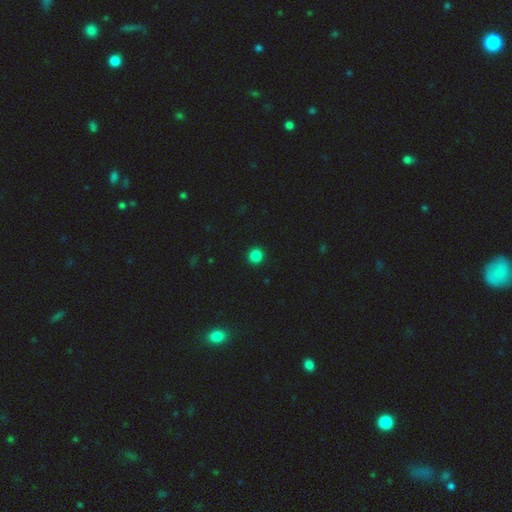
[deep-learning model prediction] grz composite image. It shows a smooth galaxy with no disk features (85%) that is round (95%). Merging: none (94%).